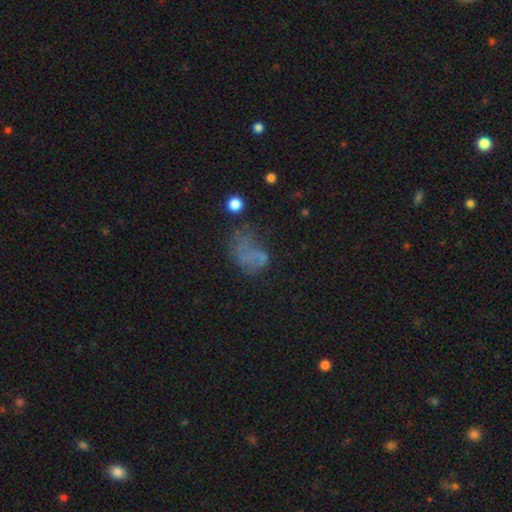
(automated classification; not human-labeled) Overall: smooth (43%; featured or disk 33%). Merging: major disturbance (37%; none 32%).